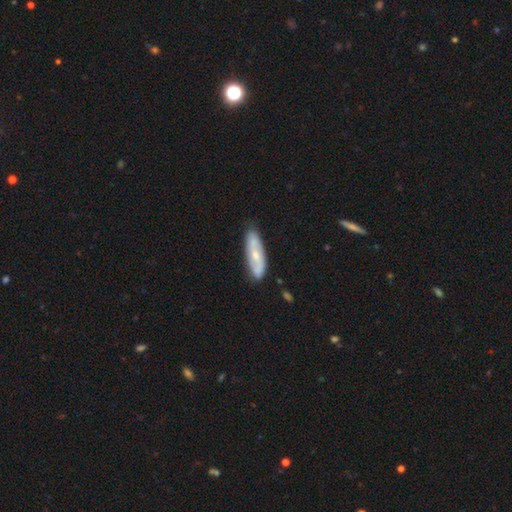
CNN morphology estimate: Q: Smooth or featured?
A: featured or disk (57%); runner-up: smooth (37%)
Q: Edge-on disk?
A: no (73%); runner-up: yes (27%)
Q: Merging?
A: none (81%); runner-up: minor disturbance (14%)